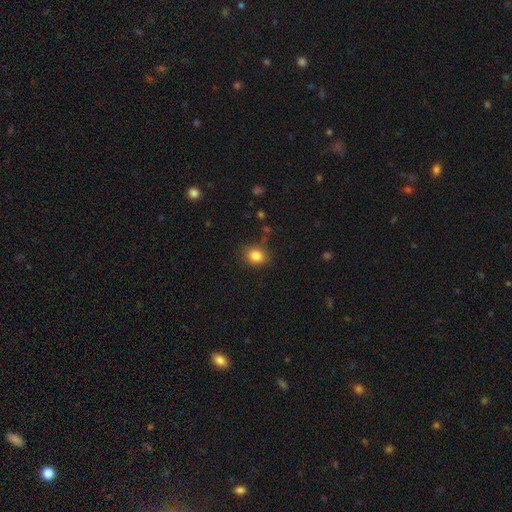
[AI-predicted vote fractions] Overall: smooth (84%). How rounded: round (54%; in between 45%). Merging: none (79%).